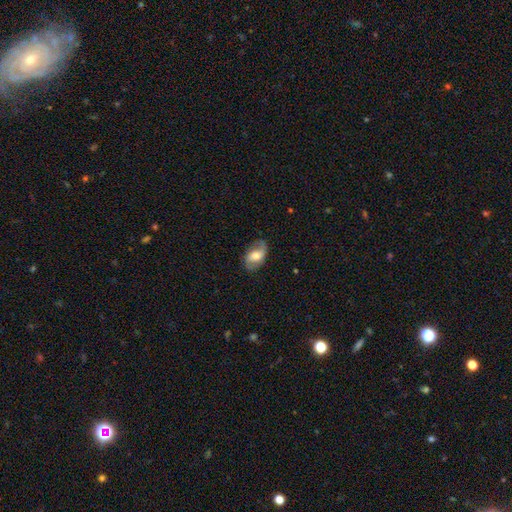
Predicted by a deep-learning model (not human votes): Smooth or featured: featured or disk — 54% (smooth — 39%)
Edge-on disk: no — 94% (yes — 6%)
Bar: no — 44% (weak — 39%)
Spiral arms: yes — 78% (no — 22%)
Bulge size: moderate — 65% (small — 21%)
Merging: none — 71% (minor disturbance — 21%)